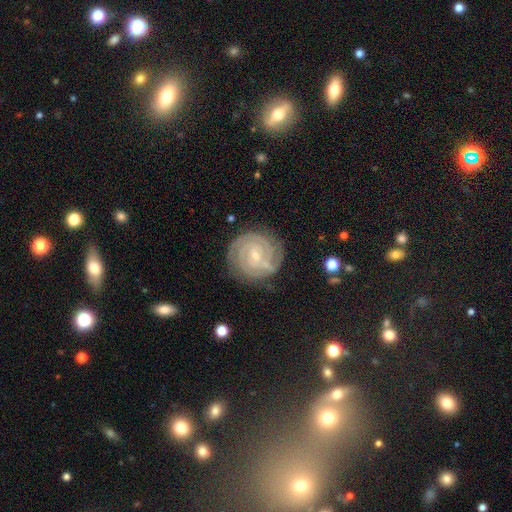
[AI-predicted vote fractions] Smooth or featured? featured or disk (89%)
Edge-on disk? no (98%)
Bar? weak (43%)
Spiral arms? yes (98%)
Spiral winding? tight (85%)
Spiral arm count? 2 (32%)
Bulge size? small (75%)
Merging? none (82%)